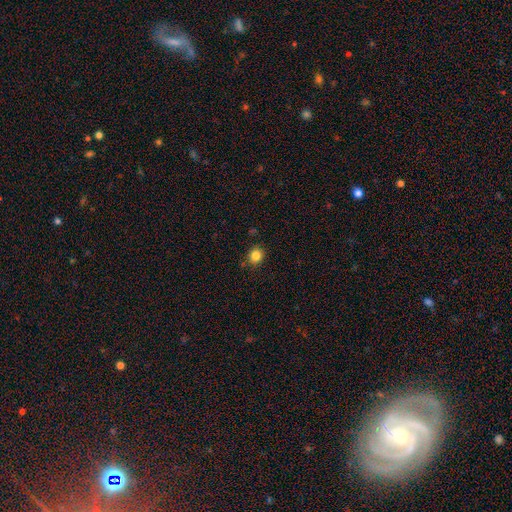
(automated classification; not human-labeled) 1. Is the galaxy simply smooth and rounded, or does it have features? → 84% smooth, 12% star or artifact, 5% featured or disk.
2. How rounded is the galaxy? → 78% round, 21% in between, 1% cigar-shaped.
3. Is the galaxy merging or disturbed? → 86% none, 9% minor disturbance, 2% major disturbance, 2% merger.